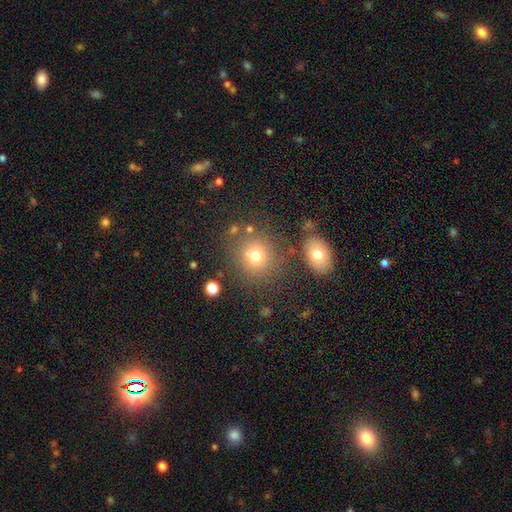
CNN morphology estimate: A smooth galaxy with no disk features (72%) that is round (83%).

Vote fractions:
- Smooth or featured? smooth: 72% / star or artifact: 17% / featured or disk: 11%
- How rounded? round: 83% / in between: 16% / cigar-shaped: 1%
- Merging? none: 73% / merger: 12% / minor disturbance: 11% / major disturbance: 5%